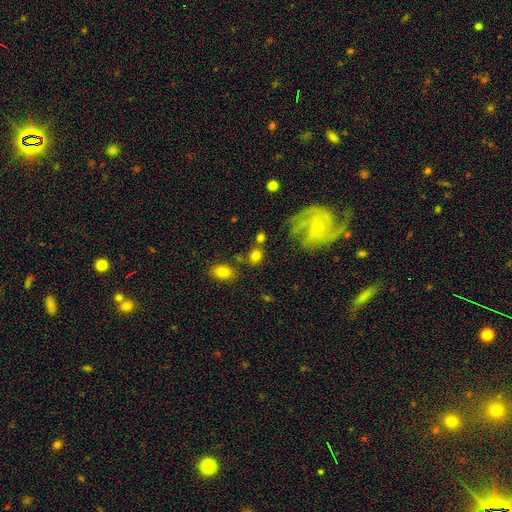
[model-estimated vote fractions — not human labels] Smooth or featured: smooth — 77% (featured or disk — 12%)
How rounded: round — 67% (in between — 32%)
Merging: none — 68% (merger — 13%)